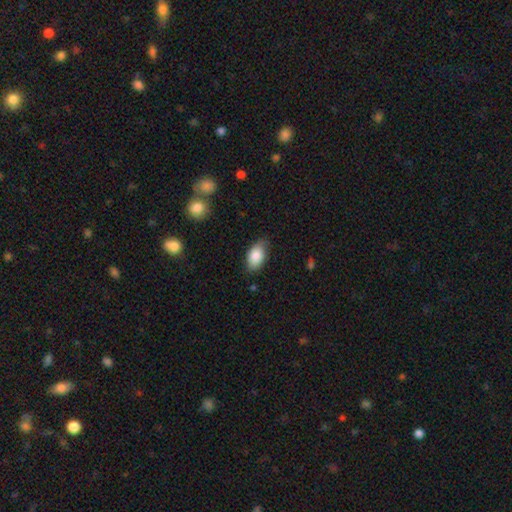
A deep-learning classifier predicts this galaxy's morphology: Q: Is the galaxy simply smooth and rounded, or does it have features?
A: smooth — 85%.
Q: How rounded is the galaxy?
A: in between — 93%.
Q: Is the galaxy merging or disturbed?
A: none — 71%.